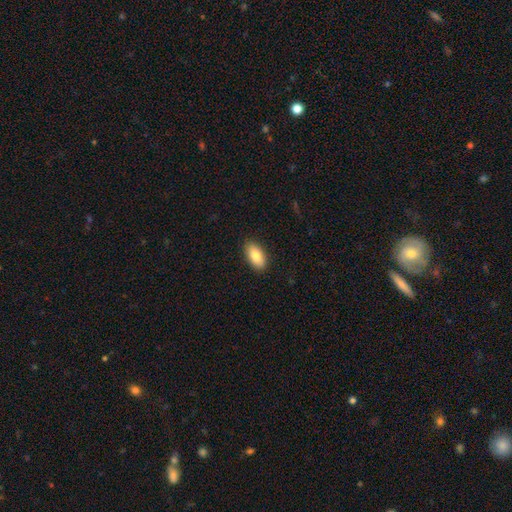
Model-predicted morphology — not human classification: Smooth or featured? smooth (85%)
How rounded? in between (91%)
Merging? none (89%)